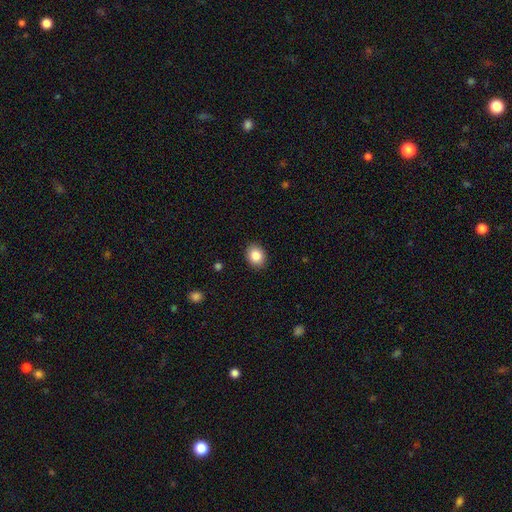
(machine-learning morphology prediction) Smooth or featured? smooth (86%)
How rounded? in between (52%)
Merging? none (90%)